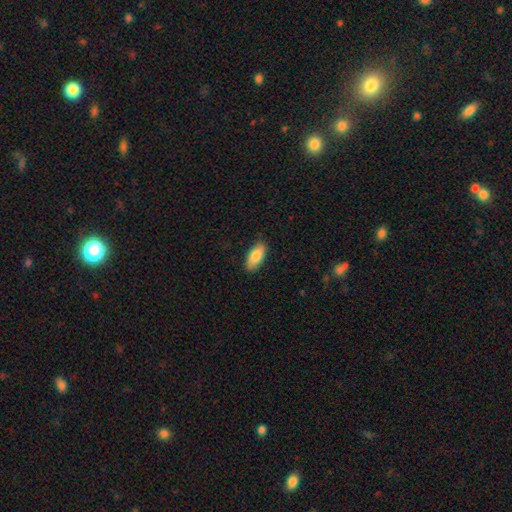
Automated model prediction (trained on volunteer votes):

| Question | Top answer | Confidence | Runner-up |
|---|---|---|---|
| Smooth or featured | smooth | 84% | featured or disk (10%) |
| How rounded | in between | 87% | cigar-shaped (11%) |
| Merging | none | 87% | minor disturbance (10%) |